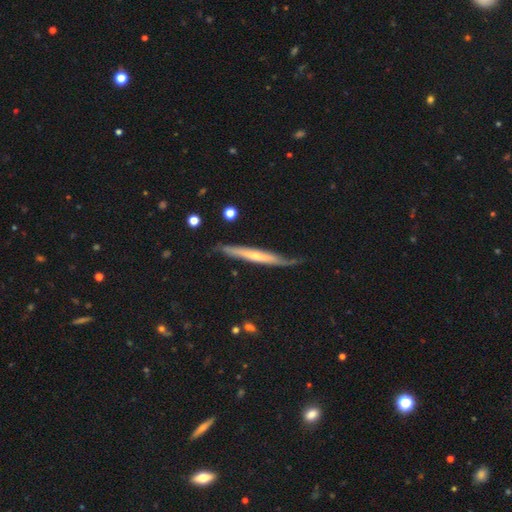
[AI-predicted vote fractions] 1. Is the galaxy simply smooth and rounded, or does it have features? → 61% featured or disk, 34% smooth, 5% star or artifact.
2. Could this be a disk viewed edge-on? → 86% yes, 14% no.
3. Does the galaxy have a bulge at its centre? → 49% rounded, 46% none, 4% boxy.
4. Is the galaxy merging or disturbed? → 66% none, 26% minor disturbance, 7% major disturbance, 2% merger.